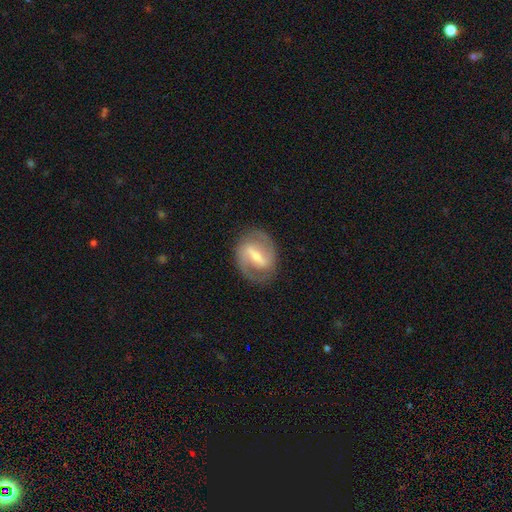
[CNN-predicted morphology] Smooth or featured? featured or disk (80%)
Edge-on disk? no (95%)
Bar? strong (62%)
Spiral arms? yes (85%)
Spiral winding? medium (49%)
Spiral arm count? 2 (86%)
Bulge size? small (45%)
Merging? none (81%)